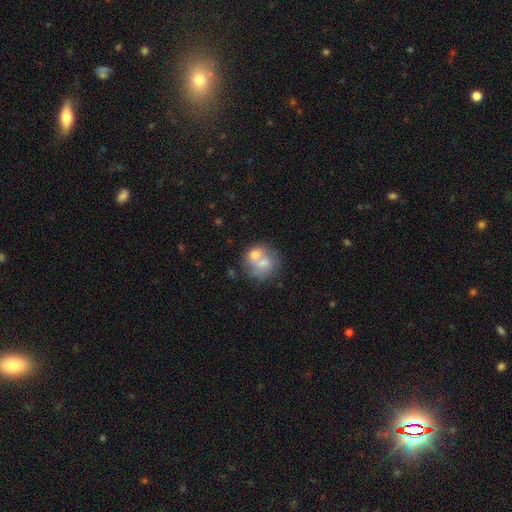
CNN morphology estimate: Smooth or featured? Predicted: smooth (p=0.58). How rounded? Predicted: round (p=0.72). Merging? Predicted: merger (p=0.57).